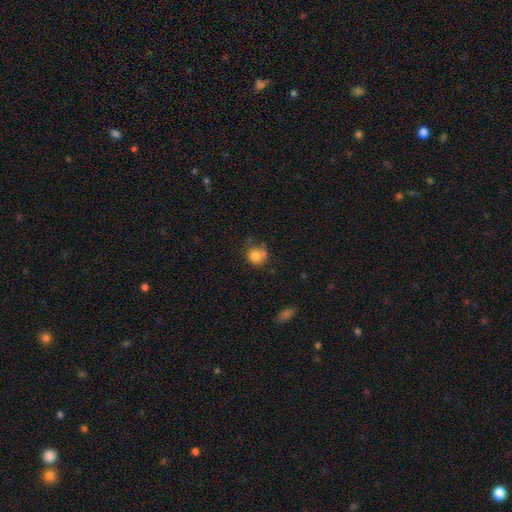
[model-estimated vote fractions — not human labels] smooth_or_featured: smooth (p=0.78) [alt: featured or disk p=0.11]
how_rounded: round (p=0.84) [alt: in between p=0.16]
merging: none (p=0.54) [alt: minor disturbance p=0.22]